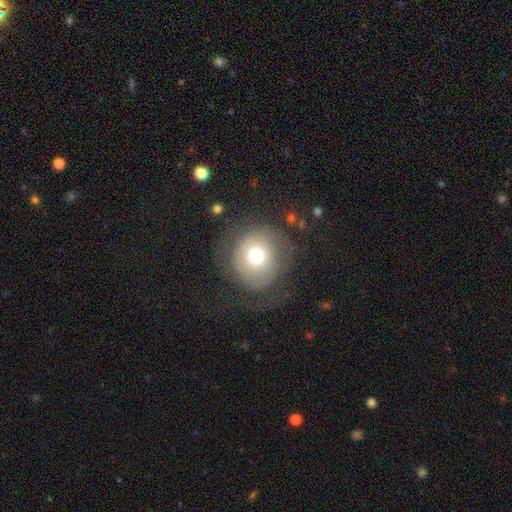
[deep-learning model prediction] smooth_or_featured: smooth (p=0.63) [alt: featured or disk p=0.25]
how_rounded: round (p=0.88) [alt: in between p=0.11]
merging: none (p=0.58) [alt: major disturbance p=0.23]